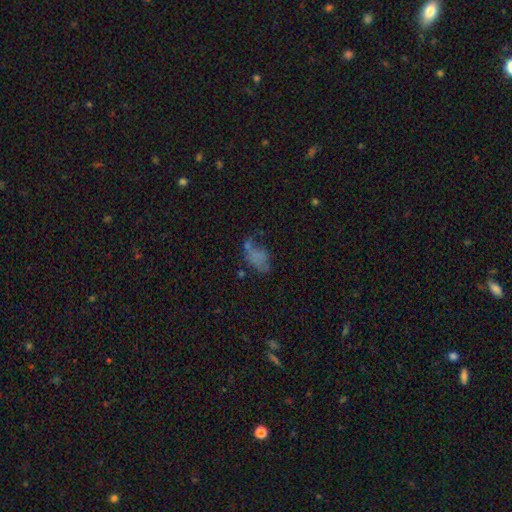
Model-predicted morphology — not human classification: Q: Smooth or featured?
A: smooth (52%); runner-up: featured or disk (28%)
Q: How rounded?
A: in between (86%); runner-up: round (9%)
Q: Merging?
A: none (32%); runner-up: major disturbance (31%)